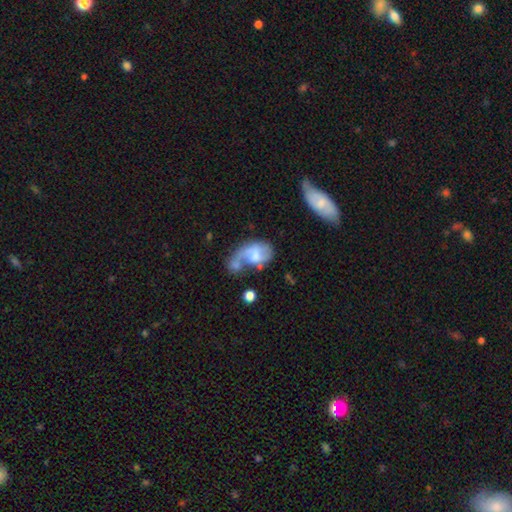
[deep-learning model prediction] Smooth or featured: featured or disk — 53% (smooth — 39%)
Edge-on disk: no — 97% (yes — 3%)
Bar: no — 57% (weak — 35%)
Spiral arms: yes — 71% (no — 29%)
Bulge size: moderate — 32% (small — 30%)
Merging: merger — 31% (major disturbance — 30%)